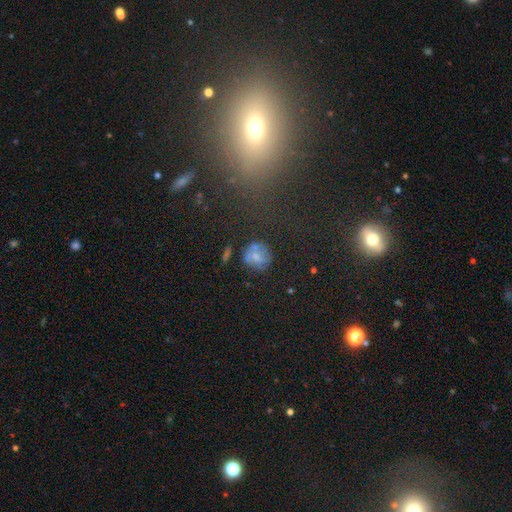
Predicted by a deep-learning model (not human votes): Smooth or featured: smooth — 54% (featured or disk — 30%)
How rounded: round — 79% (in between — 19%)
Merging: none — 61% (minor disturbance — 21%)